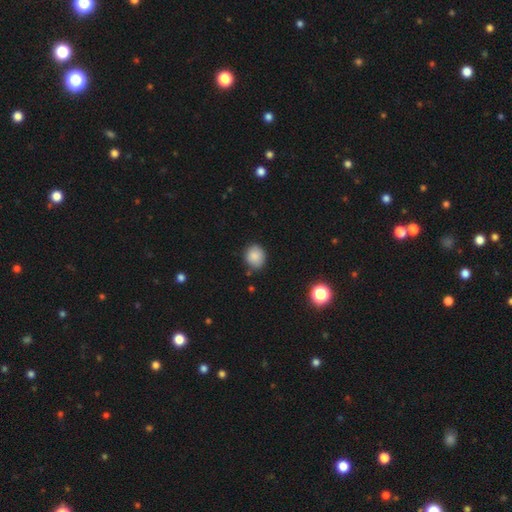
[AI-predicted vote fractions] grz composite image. It shows a smooth galaxy with no disk features (86%) that is round (75%). Merging: none (80%).